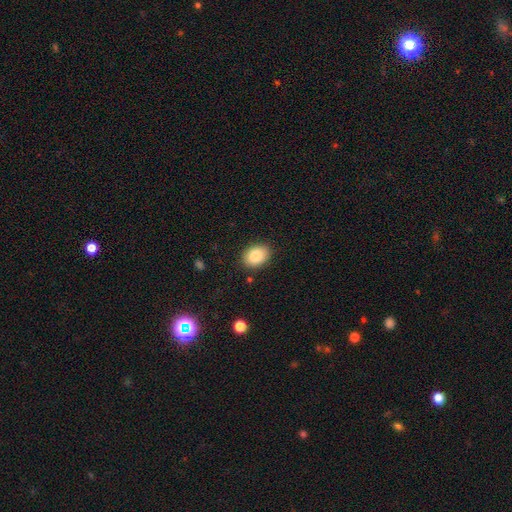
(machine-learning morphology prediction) smooth_or_featured: smooth (p=0.85) [alt: star or artifact p=0.08]
how_rounded: in between (p=0.75) [alt: round p=0.24]
merging: none (p=0.87) [alt: minor disturbance p=0.09]